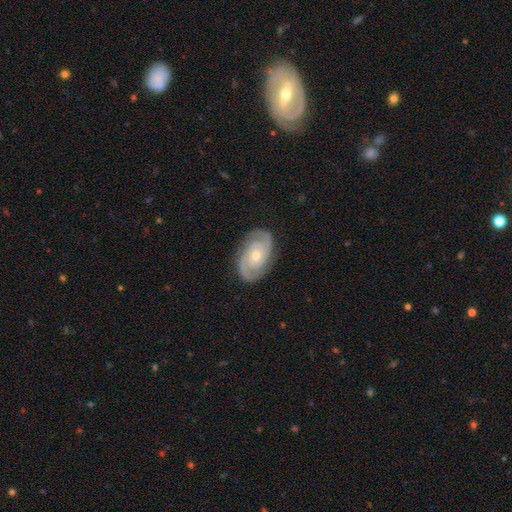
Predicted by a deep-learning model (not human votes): This is clearly a featured or disk galaxy (89%). It is clearly not viewed edge-on (97%). Bar: likely no (71%). Spiral arm pattern: clearly yes (97%). Spiral arm count: clearly 2 (86%). Spiral winding: likely tight (60%). Central bulge: possibly small (49%). Merging: clearly none (85%).